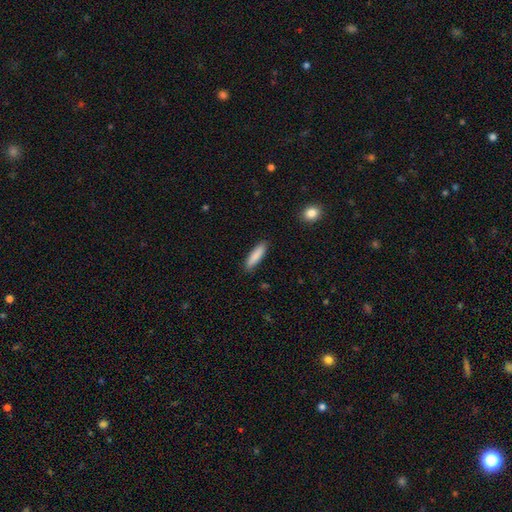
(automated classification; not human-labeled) smooth_or_featured: smooth (p=0.86) [alt: featured or disk p=0.08]
how_rounded: cigar-shaped (p=0.70) [alt: in between p=0.28]
merging: none (p=0.87) [alt: minor disturbance p=0.10]